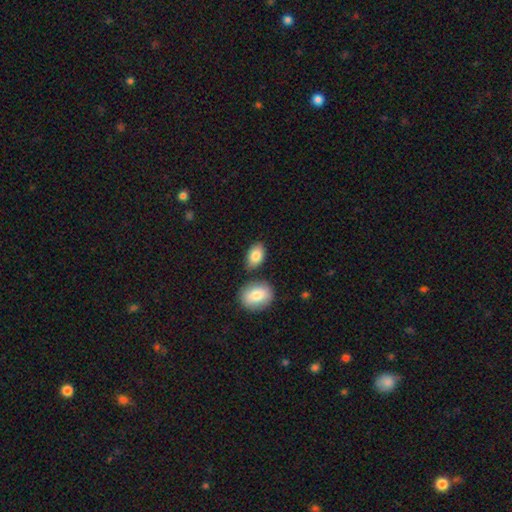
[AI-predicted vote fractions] Smooth or featured: smooth — 85% (featured or disk — 8%)
How rounded: in between — 89% (round — 10%)
Merging: none — 71% (merger — 13%)